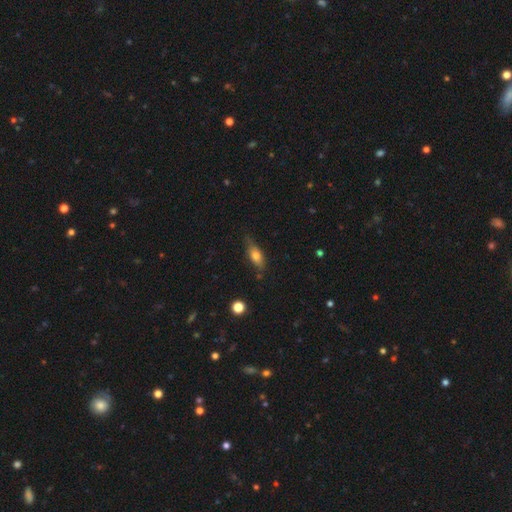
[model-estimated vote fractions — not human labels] This appears to be a smooth galaxy with no disk features (68%) that is in between round and cigar-shaped (74%). Merging: none (62%).